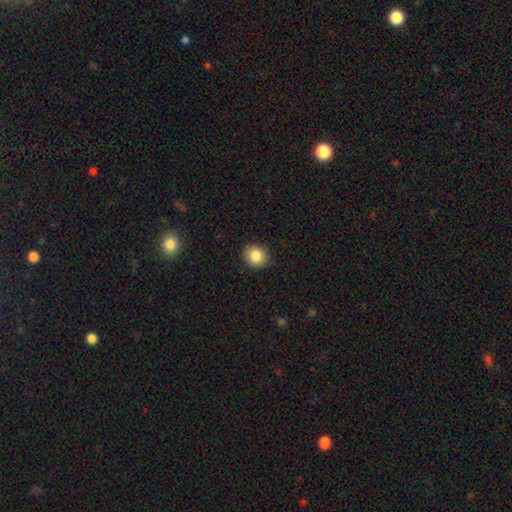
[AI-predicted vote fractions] Smooth or featured? Predicted: smooth (p=0.85). How rounded? Predicted: round (p=0.69). Merging? Predicted: none (p=0.89).